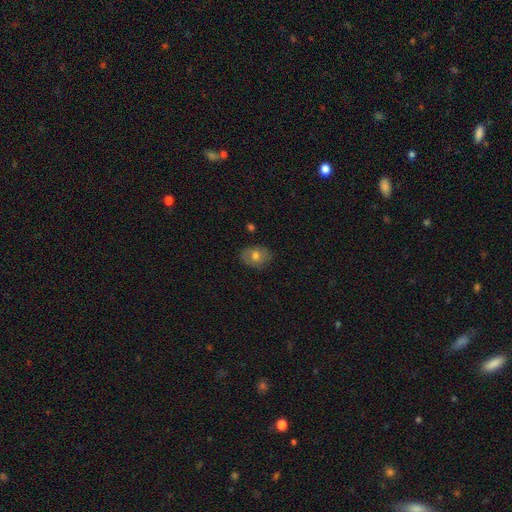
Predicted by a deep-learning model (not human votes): The model was most divided on "how rounded": in between: 62%, round: 37%, cigar-shaped: 1%. More confident: merging — none (82%); smooth or featured — smooth (65%).